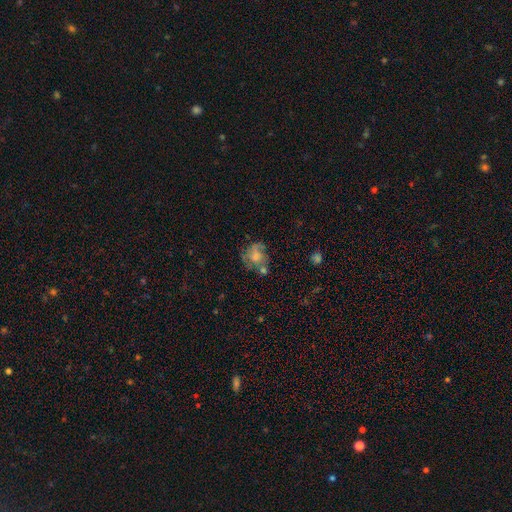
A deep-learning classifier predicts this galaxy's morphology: Overall: smooth (45%; featured or disk 43%). Merging: none (44%; minor disturbance 22%).